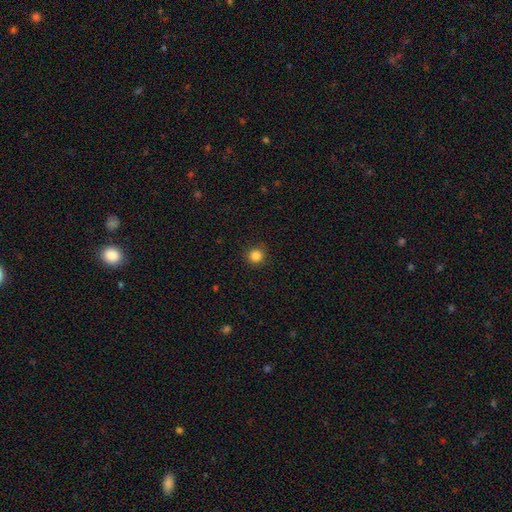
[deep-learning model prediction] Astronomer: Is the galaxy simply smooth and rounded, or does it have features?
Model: smooth — 85%.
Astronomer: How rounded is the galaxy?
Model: round — 94%.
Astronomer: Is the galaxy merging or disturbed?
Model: none — 90%.